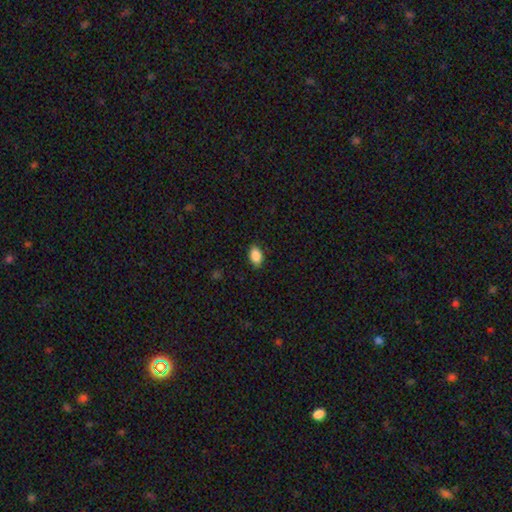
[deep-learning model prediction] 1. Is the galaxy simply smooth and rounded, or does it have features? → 88% smooth, 8% star or artifact, 4% featured or disk.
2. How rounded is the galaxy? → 91% in between, 7% round, 2% cigar-shaped.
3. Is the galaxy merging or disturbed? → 88% none, 9% minor disturbance, 2% major disturbance, 1% merger.